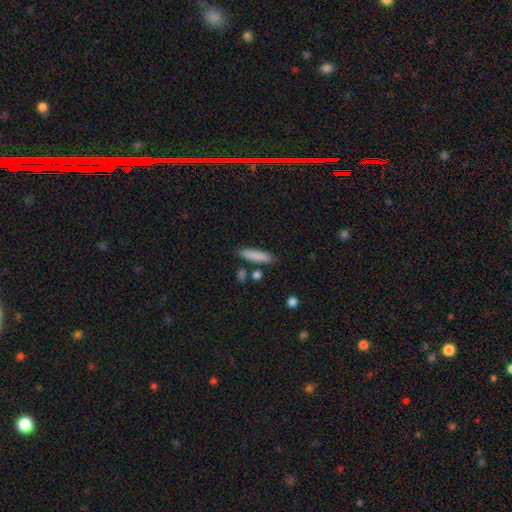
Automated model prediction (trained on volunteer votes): Overall: smooth (84%). How rounded: cigar-shaped (78%). Merging: none (81%).